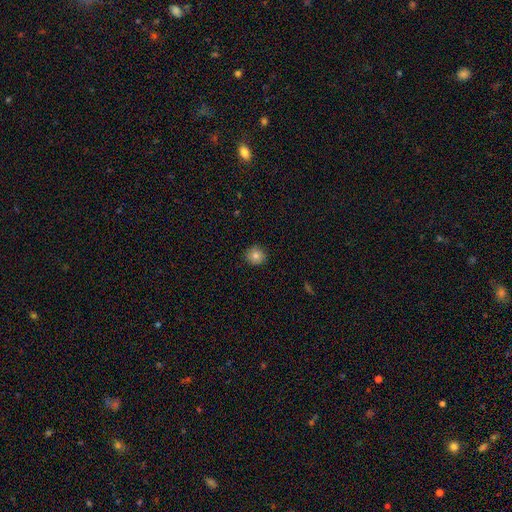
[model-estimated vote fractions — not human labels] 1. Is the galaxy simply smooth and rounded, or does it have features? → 80% smooth, 11% star or artifact, 9% featured or disk.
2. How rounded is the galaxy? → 91% round, 8% in between, 1% cigar-shaped.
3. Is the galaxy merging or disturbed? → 90% none, 7% minor disturbance, 2% major disturbance, 1% merger.